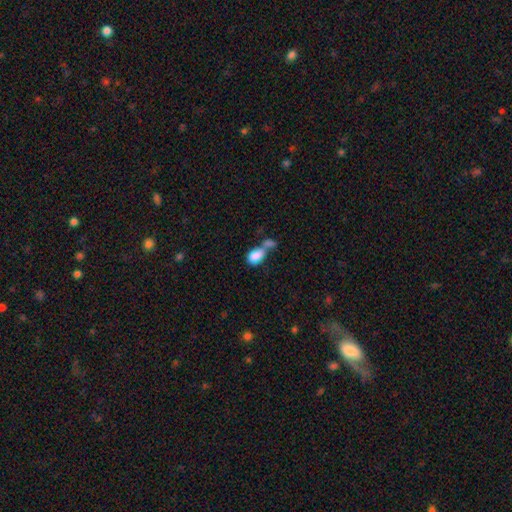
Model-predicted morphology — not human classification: Overall: smooth (84%). How rounded: in between (88%). Merging: merger (56%; none 25%).